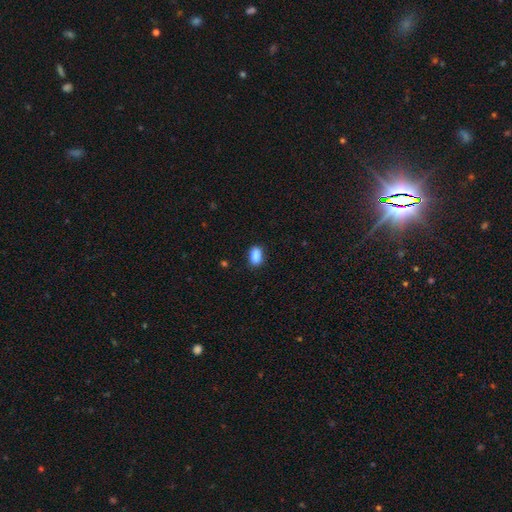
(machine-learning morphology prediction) Overall: smooth (85%). How rounded: in between (83%). Merging: none (68%).